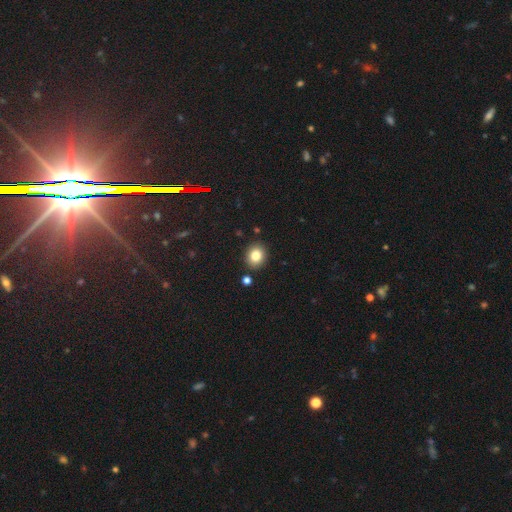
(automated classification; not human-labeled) Smooth or featured?
  - smooth: 82% *
  - star or artifact: 10%
  - featured or disk: 7%
How rounded?
  - round: 65% *
  - in between: 34%
  - cigar-shaped: 1%
Merging?
  - none: 88% *
  - minor disturbance: 7%
  - merger: 3%
  - major disturbance: 2%